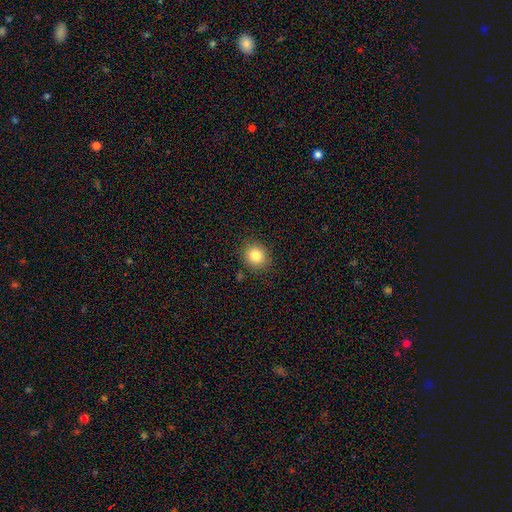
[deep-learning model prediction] Smooth or featured?
  - smooth: 82% *
  - star or artifact: 11%
  - featured or disk: 7%
How rounded?
  - round: 78% *
  - in between: 21%
  - cigar-shaped: 1%
Merging?
  - none: 88% *
  - minor disturbance: 8%
  - major disturbance: 2%
  - merger: 1%